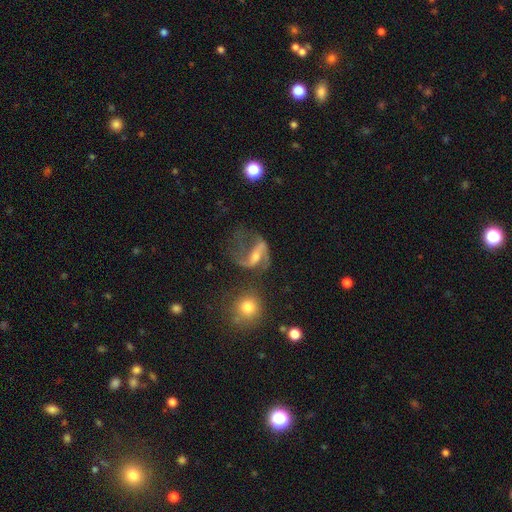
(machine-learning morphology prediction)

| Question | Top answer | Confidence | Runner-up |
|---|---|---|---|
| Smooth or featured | featured or disk | 79% | smooth (12%) |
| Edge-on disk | no | 95% | yes (5%) |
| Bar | weak | 39% | strong (37%) |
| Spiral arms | yes | 88% | no (12%) |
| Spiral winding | loose | 69% | medium (25%) |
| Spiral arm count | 2 | 81% | 1 (10%) |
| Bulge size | small | 51% | moderate (37%) |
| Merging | none | 39% | major disturbance (36%) |